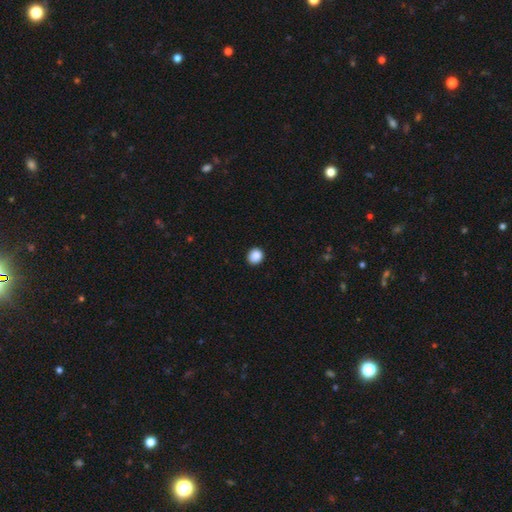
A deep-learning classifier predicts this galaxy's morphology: smooth_or_featured: smooth (p=0.88) [alt: star or artifact p=0.09]
how_rounded: round (p=0.84) [alt: in between p=0.15]
merging: none (p=0.91) [alt: minor disturbance p=0.06]